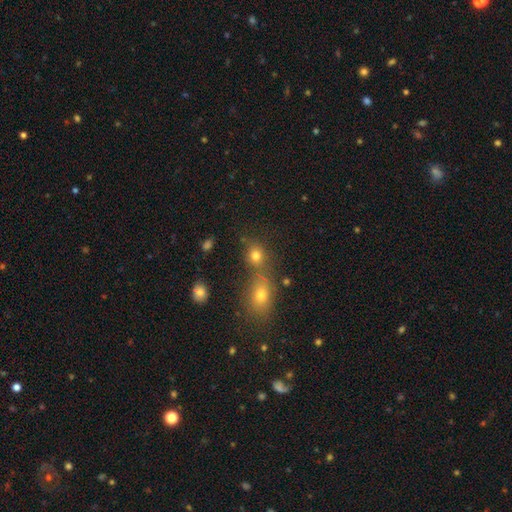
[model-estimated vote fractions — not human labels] Smooth or featured: smooth — 78% (star or artifact — 14%)
How rounded: round — 62% (in between — 36%)
Merging: none — 52% (merger — 34%)